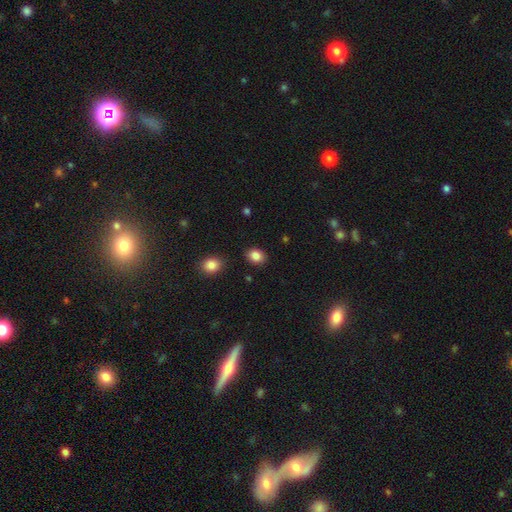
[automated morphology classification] Q: Smooth or featured?
A: smooth (86%); runner-up: star or artifact (10%)
Q: How rounded?
A: in between (57%); runner-up: round (42%)
Q: Merging?
A: none (86%); runner-up: minor disturbance (9%)